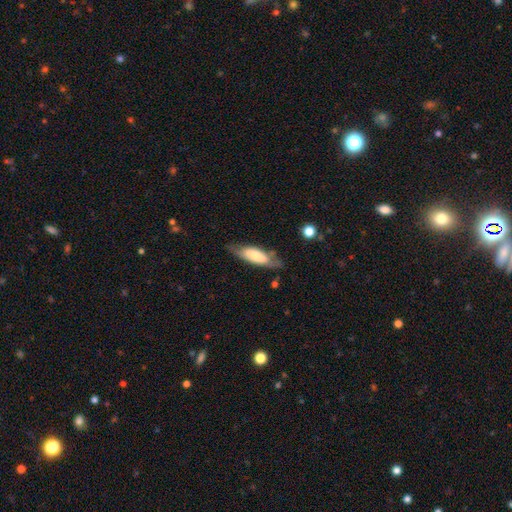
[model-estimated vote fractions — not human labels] A smooth galaxy with no disk features (63%) that is in between round and cigar-shaped (58%). Merging: none (66%).